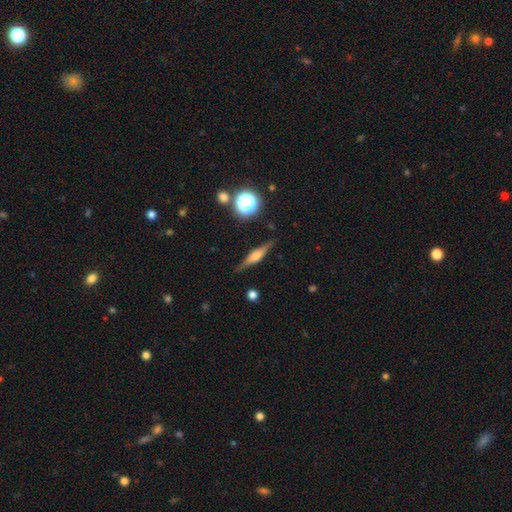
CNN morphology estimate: This is likely a featured or disk galaxy (71%). It is clearly viewed edge-on (97%). Edge-on bulge: likely rounded (78%). Merging: clearly none (87%).